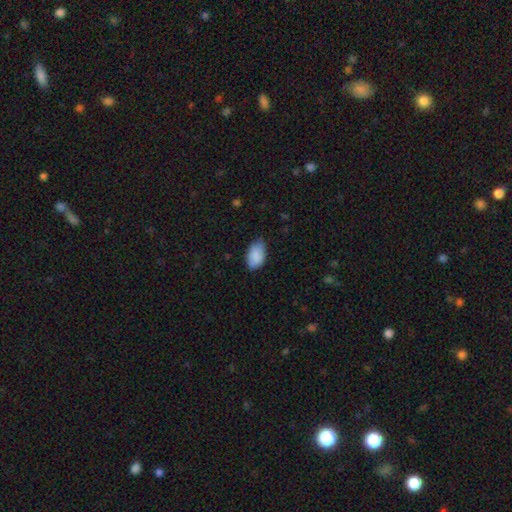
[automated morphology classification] This appears to be a smooth galaxy with no disk features (88%) that is in between round and cigar-shaped (92%). Merging: none (63%).